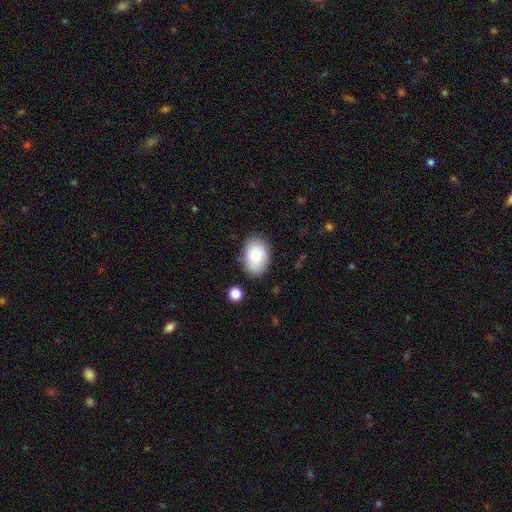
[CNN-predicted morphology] This appears to be a smooth galaxy with no disk features (83%) that is in between round and cigar-shaped (84%). Merging: none (80%).